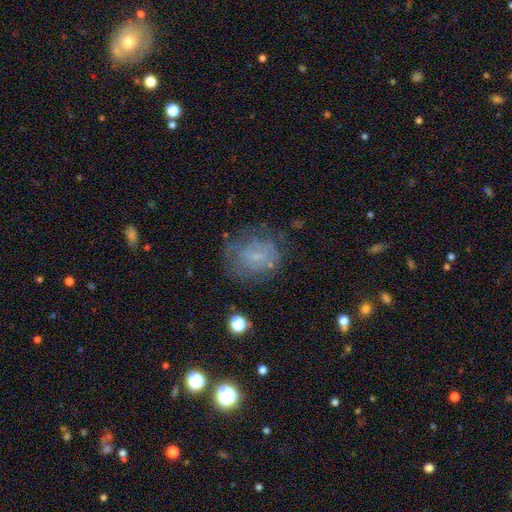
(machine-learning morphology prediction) A featured or disk galaxy (46%).

Vote fractions:
- Smooth or featured? featured or disk: 46% / smooth: 41% / star or artifact: 13%
- Merging? none: 61% / minor disturbance: 21% / major disturbance: 16% / merger: 2%